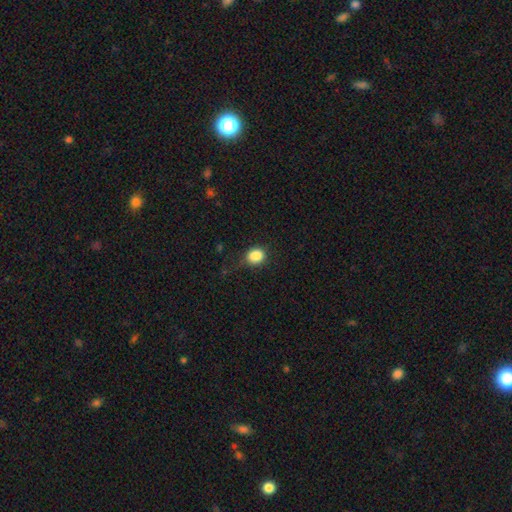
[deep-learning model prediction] smooth 86%, star or artifact 10%, featured or disk 4%. Down the decision tree: how rounded — round (70%); merging — none (67%).